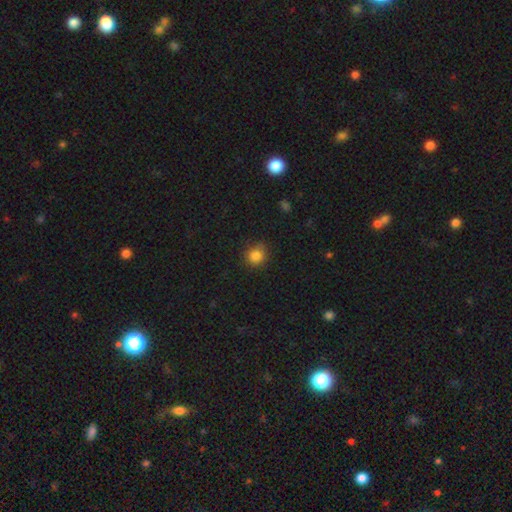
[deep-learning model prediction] Smooth or featured? smooth (84%)
How rounded? round (87%)
Merging? none (82%)